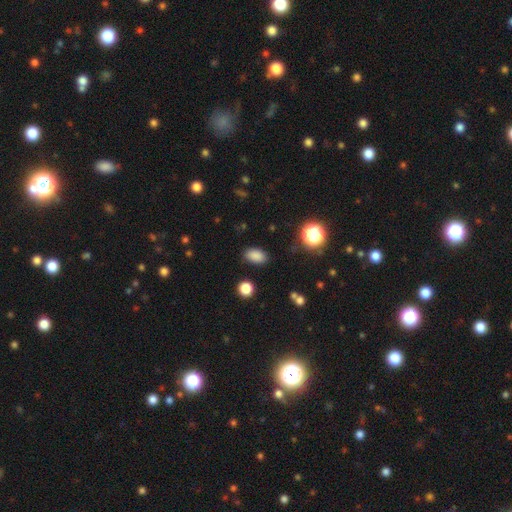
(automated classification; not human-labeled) Smooth or featured? smooth (84%)
How rounded? in between (88%)
Merging? none (85%)